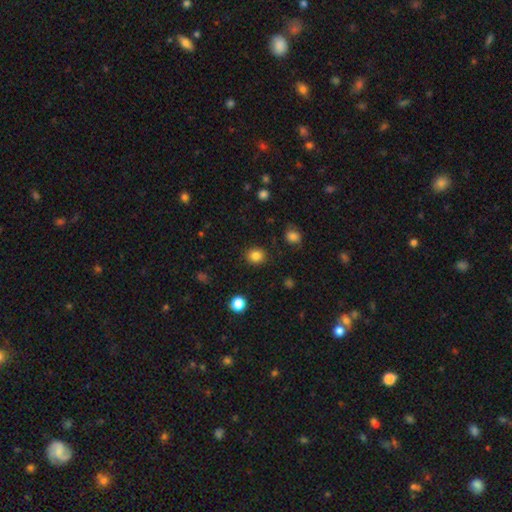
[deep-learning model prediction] Morphology: type=smooth (84%); roundness=round (83%); merging=none (89%).